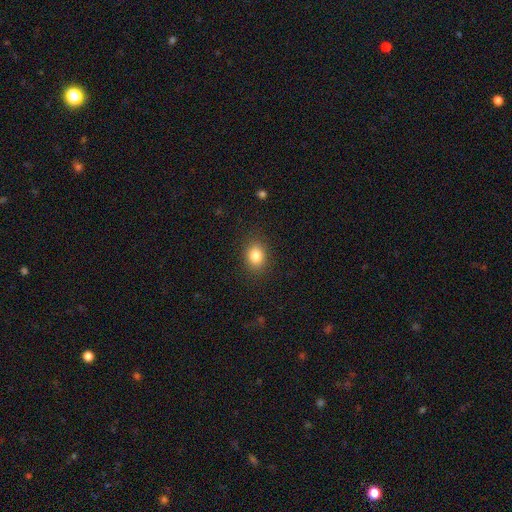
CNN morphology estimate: Q: Smooth or featured?
A: smooth (83%); runner-up: star or artifact (10%)
Q: How rounded?
A: in between (54%); runner-up: round (45%)
Q: Merging?
A: none (87%); runner-up: minor disturbance (9%)